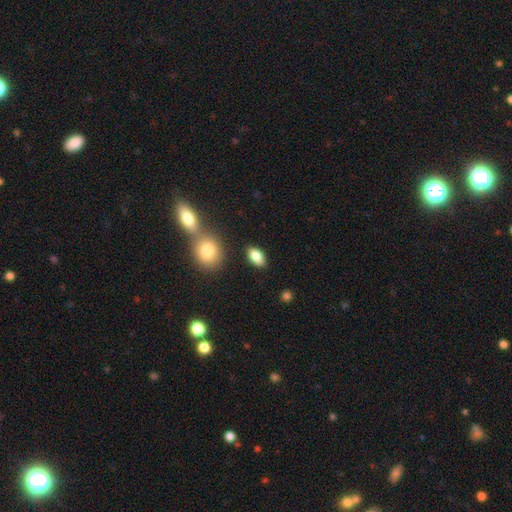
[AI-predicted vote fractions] This appears to be a smooth galaxy with no disk features (81%) that is in between round and cigar-shaped (90%). Merging: none (83%).